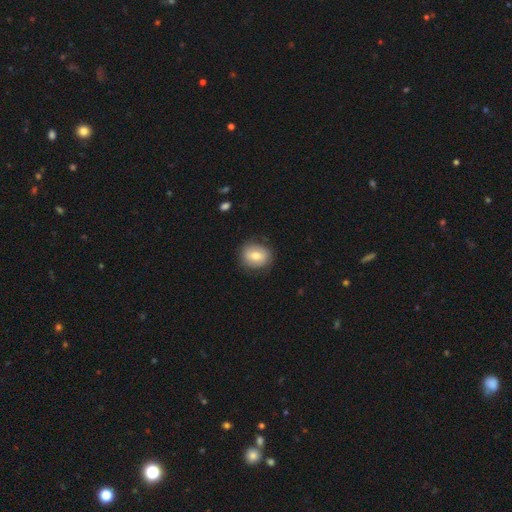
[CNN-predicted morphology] This is likely a smooth galaxy (71%). How rounded: likely round (62%). Merging: clearly none (82%).